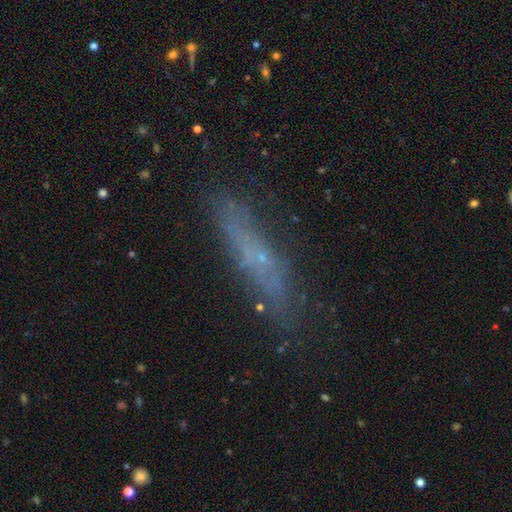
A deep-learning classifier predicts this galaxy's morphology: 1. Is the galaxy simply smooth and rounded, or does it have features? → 46% smooth, 39% featured or disk, 15% star or artifact.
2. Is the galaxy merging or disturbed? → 71% none, 19% minor disturbance, 7% major disturbance, 3% merger.